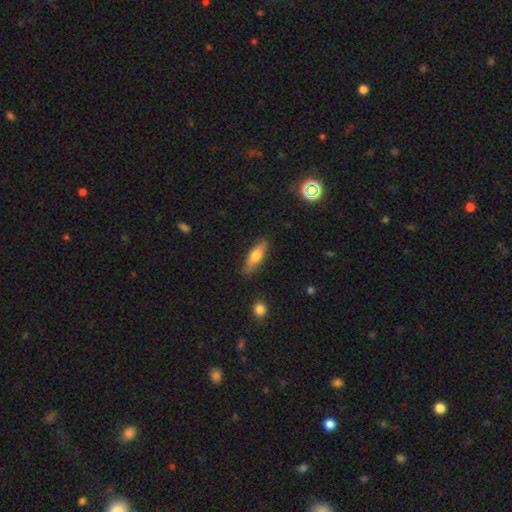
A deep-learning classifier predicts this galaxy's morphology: smooth 64%, featured or disk 29%, star or artifact 7%. Down the decision tree: how rounded — cigar-shaped (50%); merging — none (81%).